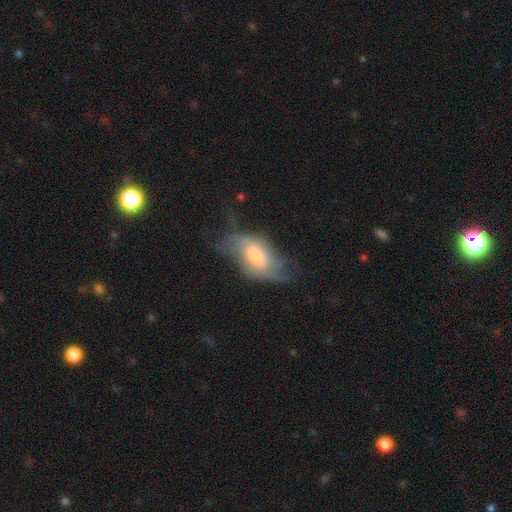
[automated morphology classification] Q: Smooth or featured?
A: featured or disk (46%); tied with: smooth (46%)
Q: Merging?
A: none (35%); runner-up: major disturbance (32%)